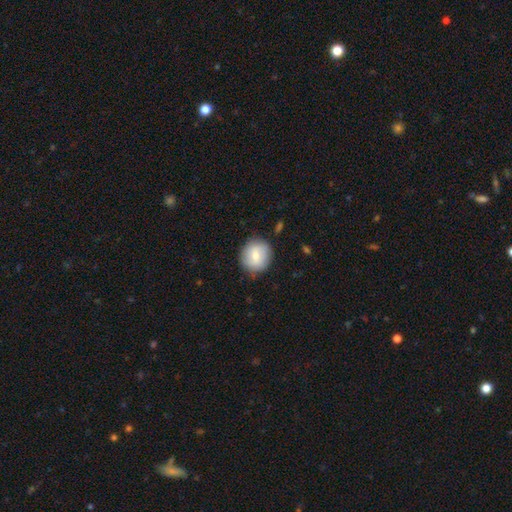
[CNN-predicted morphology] smooth_or_featured: smooth (p=0.74) [alt: featured or disk p=0.19]
how_rounded: round (p=0.87) [alt: in between p=0.12]
merging: none (p=0.85) [alt: minor disturbance p=0.11]